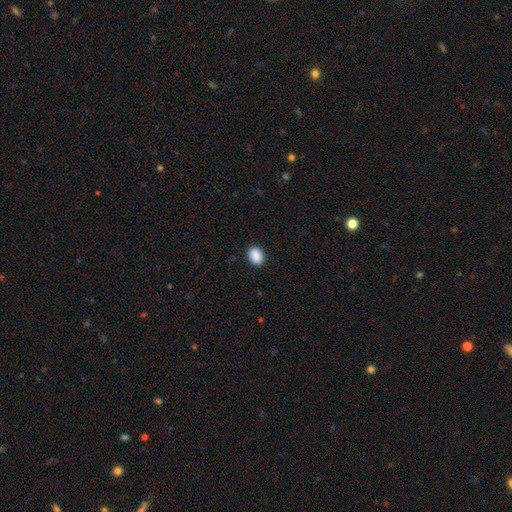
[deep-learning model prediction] Smooth or featured: smooth — 90% (star or artifact — 8%)
How rounded: in between — 66% (round — 33%)
Merging: none — 90% (minor disturbance — 8%)